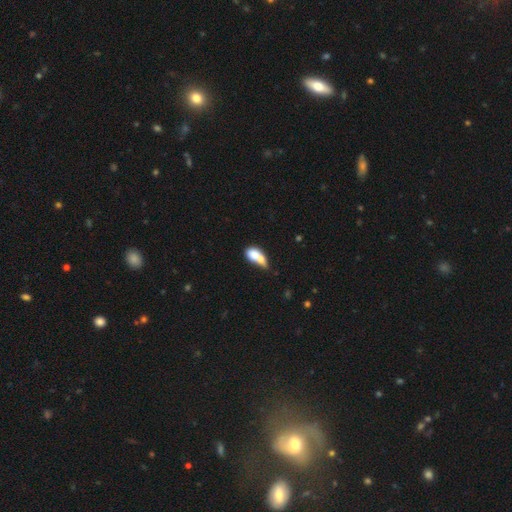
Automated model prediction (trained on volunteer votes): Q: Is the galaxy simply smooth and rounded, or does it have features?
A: smooth — 72%.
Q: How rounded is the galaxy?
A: in between — 75%.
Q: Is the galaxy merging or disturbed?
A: merger — 58%.